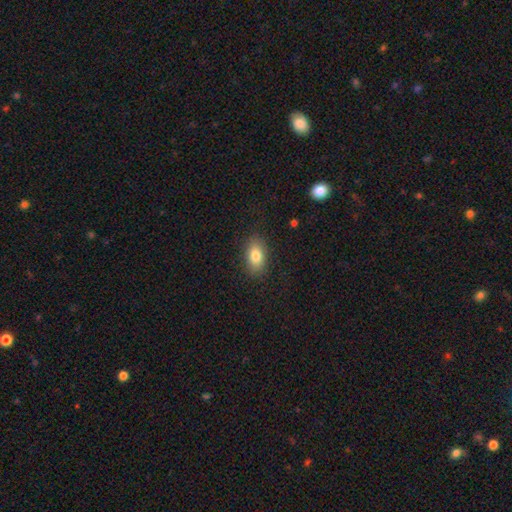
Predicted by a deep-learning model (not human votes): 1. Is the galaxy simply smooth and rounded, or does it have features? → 81% smooth, 11% featured or disk, 8% star or artifact.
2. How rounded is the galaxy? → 88% in between, 9% round, 3% cigar-shaped.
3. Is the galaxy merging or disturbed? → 86% none, 10% minor disturbance, 3% major disturbance, 1% merger.